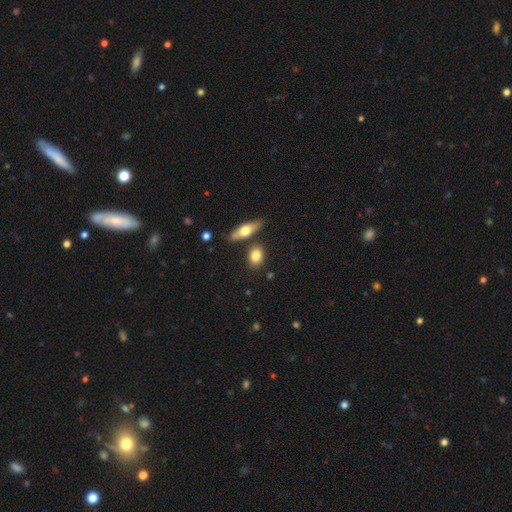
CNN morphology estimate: Smooth or featured? Predicted: smooth (p=0.81). How rounded? Predicted: in between (p=0.65). Merging? Predicted: none (p=0.75).